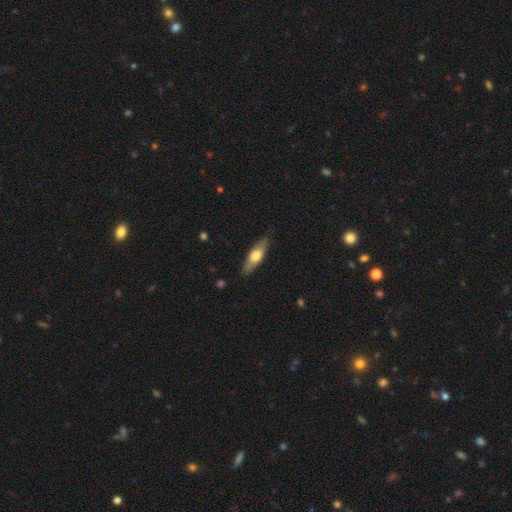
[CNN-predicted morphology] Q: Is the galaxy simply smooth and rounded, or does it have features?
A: smooth — 52%.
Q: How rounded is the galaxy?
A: cigar-shaped — 54%.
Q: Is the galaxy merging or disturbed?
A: none — 85%.